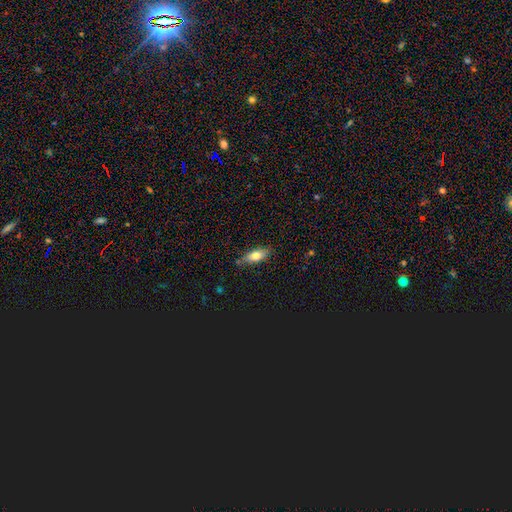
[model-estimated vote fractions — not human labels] Morphology: type=smooth (72%); roundness=in between (73%); merging=none (75%).